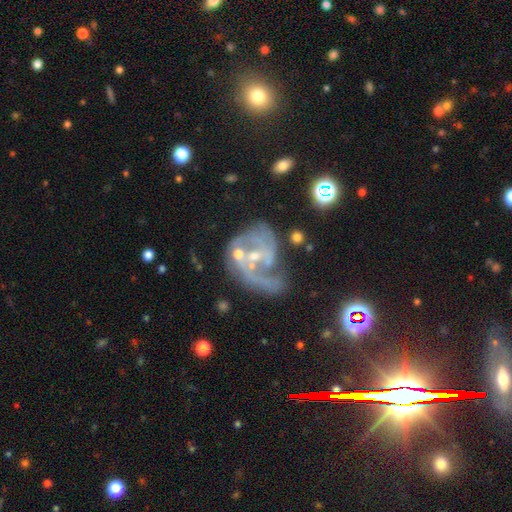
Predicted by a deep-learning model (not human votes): This is clearly a featured or disk galaxy (81%). It is clearly not viewed edge-on (98%). Bar: possibly no (53%). Spiral arm pattern: clearly yes (83%). Spiral arm count: marginally 2 (39%). Spiral winding: marginally medium (44%). Central bulge: possibly small (59%). Merging: marginally none (34%).